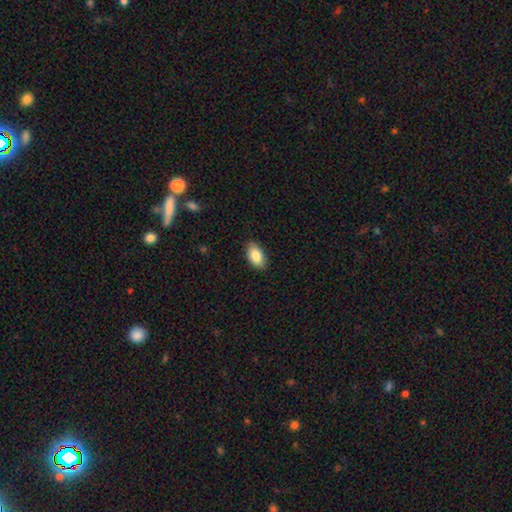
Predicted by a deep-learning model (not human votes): Smooth or featured? smooth (87%)
How rounded? in between (94%)
Merging? none (87%)